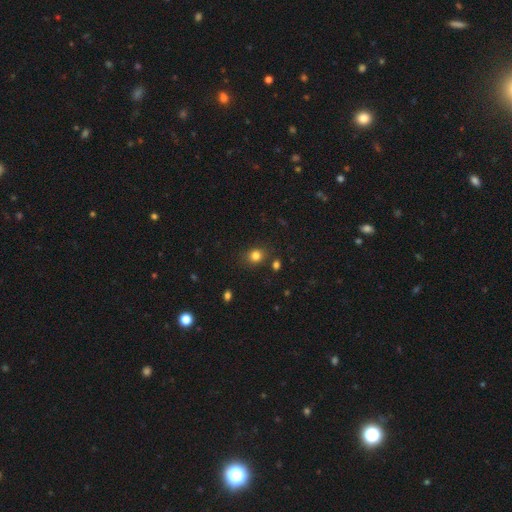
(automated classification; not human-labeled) The model was most divided on "how rounded": round: 67%, in between: 33%, cigar-shaped: 1%. More confident: merging — none (81%); smooth or featured — smooth (81%).